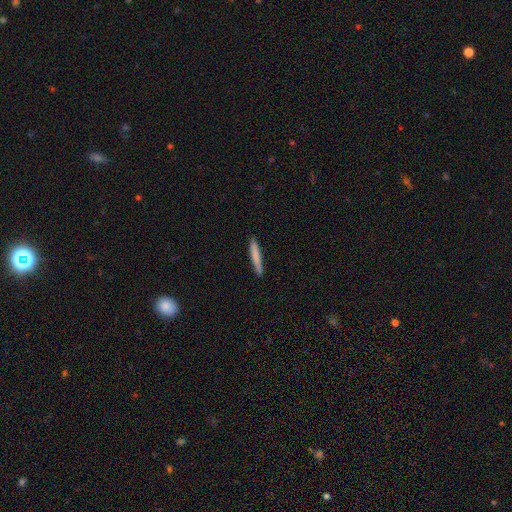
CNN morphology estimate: This is likely a smooth galaxy (78%). How rounded: clearly cigar-shaped (96%). Merging: clearly none (90%).